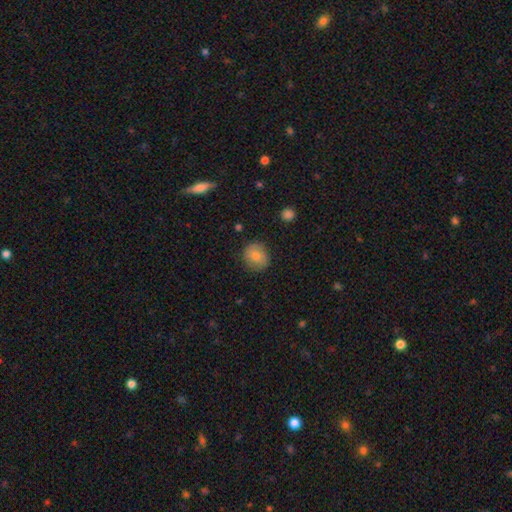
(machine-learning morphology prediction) Smooth or featured? smooth (74%)
How rounded? round (82%)
Merging? none (85%)